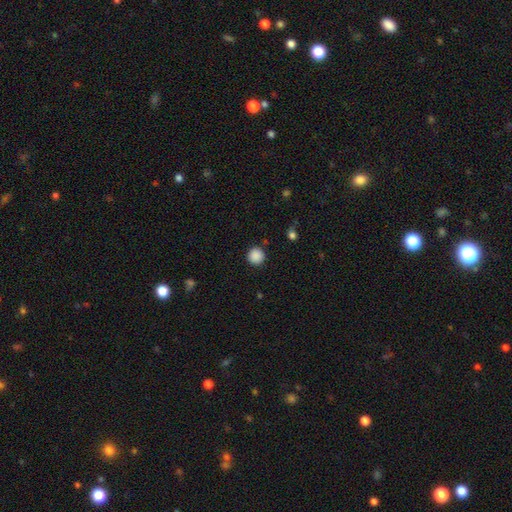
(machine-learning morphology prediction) smooth 88%, star or artifact 9%, featured or disk 2%. Down the decision tree: how rounded — round (95%); merging — none (91%).